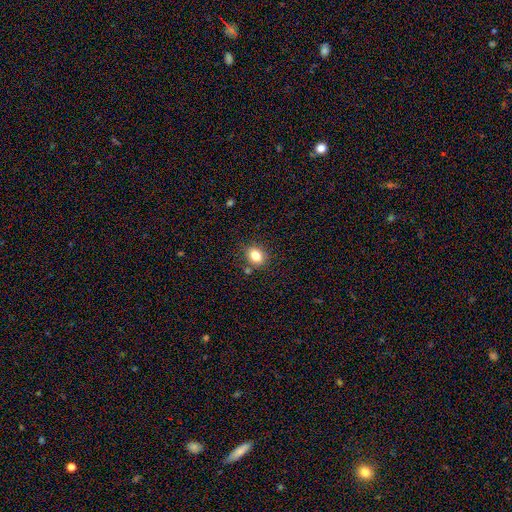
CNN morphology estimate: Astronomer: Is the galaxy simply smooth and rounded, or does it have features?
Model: smooth — 82%.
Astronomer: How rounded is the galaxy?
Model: in between — 57% (runner-up: round, 42%).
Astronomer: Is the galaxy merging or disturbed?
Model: none — 80%.